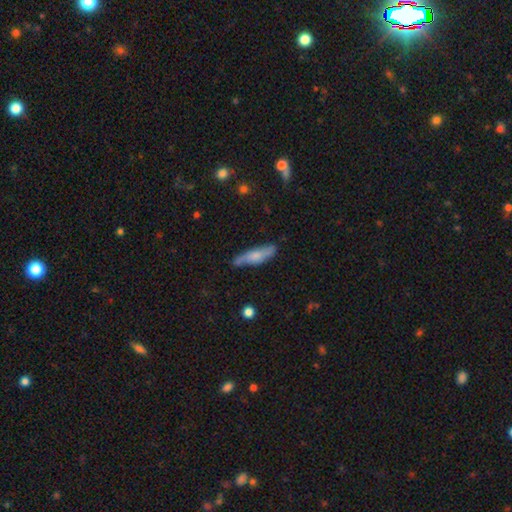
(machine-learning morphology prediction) Overall: smooth (60%; featured or disk 34%). How rounded: cigar-shaped (70%). Merging: none (70%).